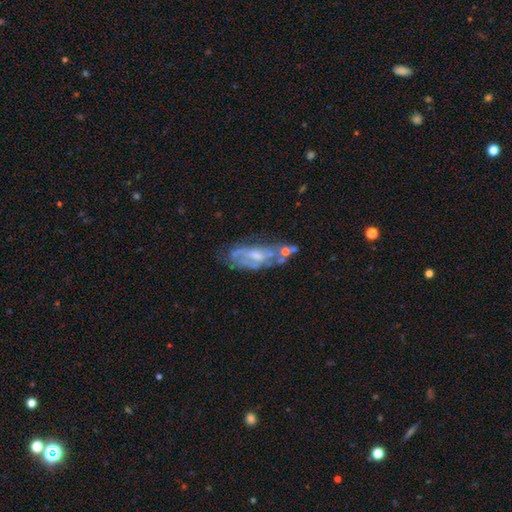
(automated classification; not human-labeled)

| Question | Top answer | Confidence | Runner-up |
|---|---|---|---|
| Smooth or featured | featured or disk | 67% | smooth (23%) |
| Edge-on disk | no | 83% | yes (17%) |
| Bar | no | 58% | weak (32%) |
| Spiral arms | yes | 50% | tied: no (50%) |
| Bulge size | small | 41% | moderate (38%) |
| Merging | none | 40% | minor disturbance (23%) |